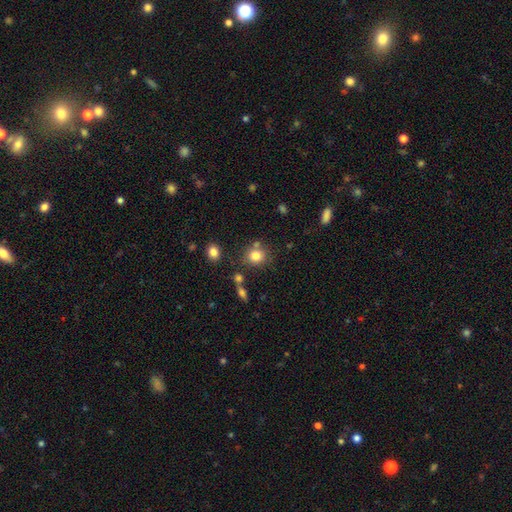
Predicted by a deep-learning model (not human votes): This is clearly a smooth galaxy (80%). How rounded: likely round (79%). Merging: likely none (70%).